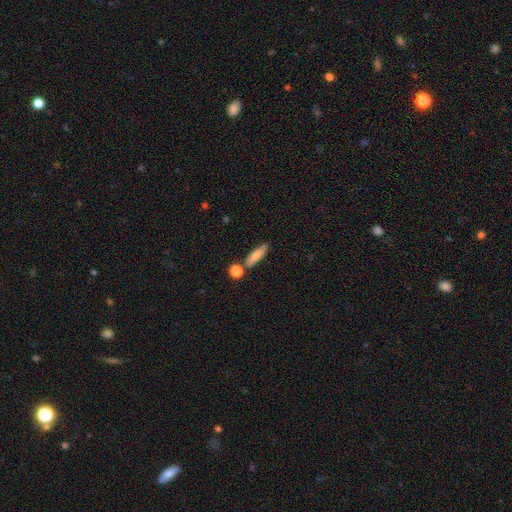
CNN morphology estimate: The model was most divided on "how rounded": cigar-shaped: 61%, in between: 34%, round: 5%. More confident: smooth or featured — smooth (79%); merging — none (68%).